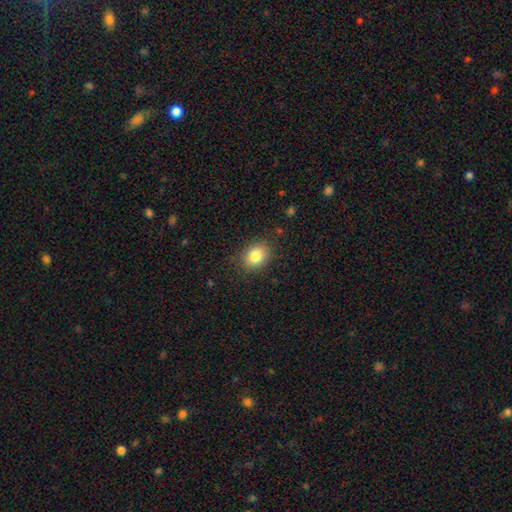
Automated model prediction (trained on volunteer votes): Smooth or featured? Predicted: smooth (p=0.84). How rounded? Predicted: in between (p=0.63). Merging? Predicted: none (p=0.84).